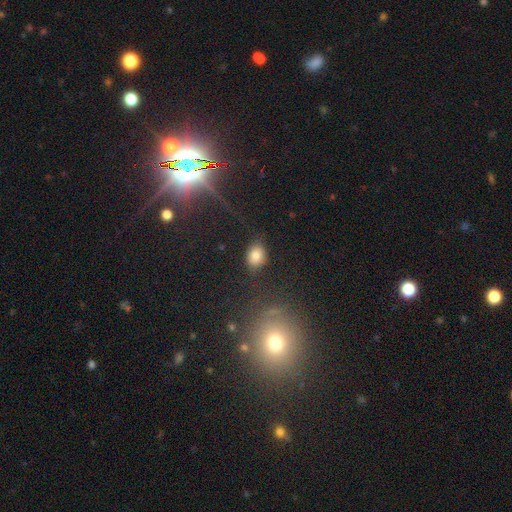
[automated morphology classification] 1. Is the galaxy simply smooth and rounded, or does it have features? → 81% smooth, 12% star or artifact, 8% featured or disk.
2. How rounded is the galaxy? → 58% in between, 41% round, 1% cigar-shaped.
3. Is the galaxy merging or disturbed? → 76% none, 16% minor disturbance, 5% major disturbance, 3% merger.